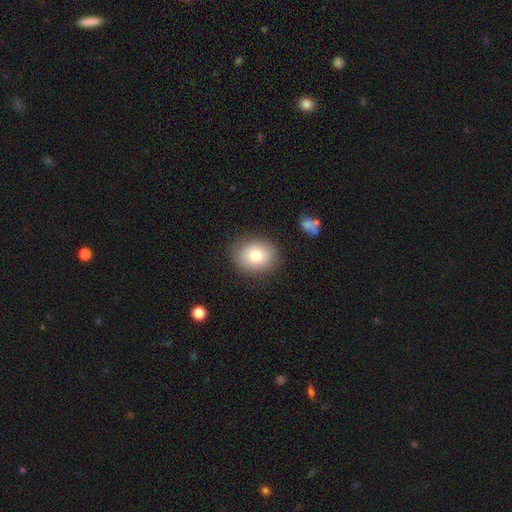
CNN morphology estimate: Q: Smooth or featured?
A: smooth (77%); runner-up: featured or disk (13%)
Q: How rounded?
A: round (57%); runner-up: in between (43%)
Q: Merging?
A: none (85%); runner-up: minor disturbance (10%)